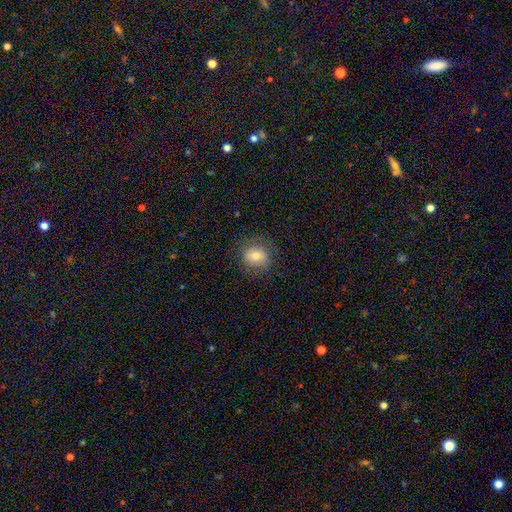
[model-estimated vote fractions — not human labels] smooth_or_featured: smooth (p=0.72) [alt: featured or disk p=0.18]
how_rounded: round (p=0.72) [alt: in between p=0.27]
merging: none (p=0.80) [alt: minor disturbance p=0.13]